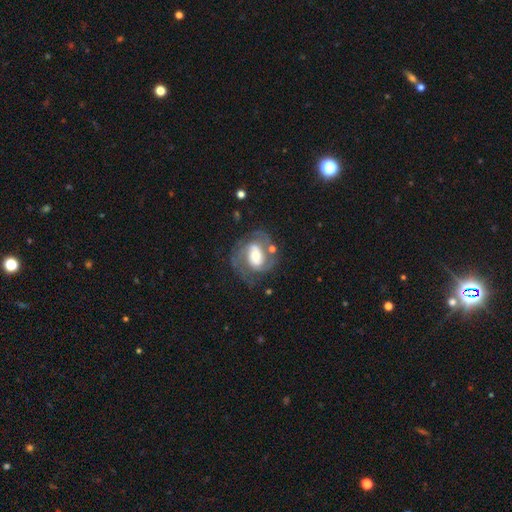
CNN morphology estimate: smooth_or_featured: featured or disk (p=0.80) [alt: smooth p=0.14]
disk_edge_on: no (p=0.97) [alt: yes p=0.03]
bar: no (p=0.41) [alt: weak p=0.37]
has_spiral_arms: yes (p=0.91) [alt: no p=0.09]
spiral_winding: medium (p=0.47) [alt: tight p=0.37]
spiral_arm_count: 2 (p=0.74) [alt: can't tell p=0.11]
bulge_size: moderate (p=0.53) [alt: small p=0.23]
merging: none (p=0.62) [alt: minor disturbance p=0.18]